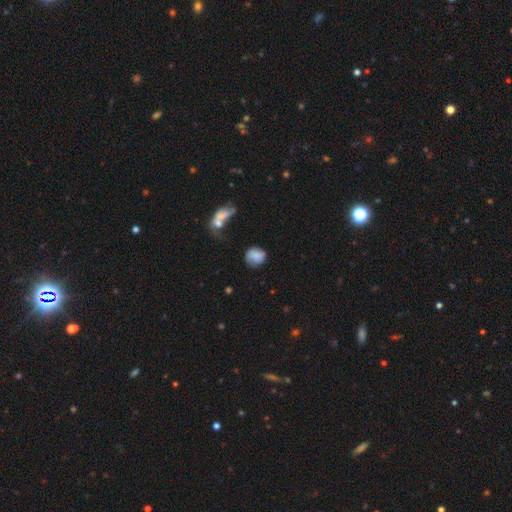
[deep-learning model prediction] Overall: smooth (73%). How rounded: round (69%; in between 29%). Merging: none (60%; minor disturbance 26%).